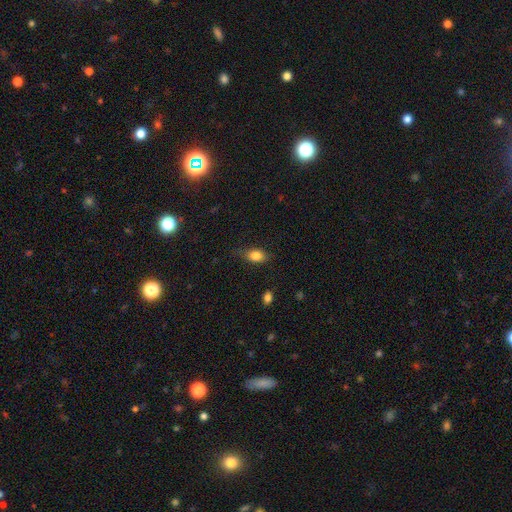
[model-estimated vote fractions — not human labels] A smooth galaxy with no disk features (83%) that is in between round and cigar-shaped (81%). Merging: none (72%).